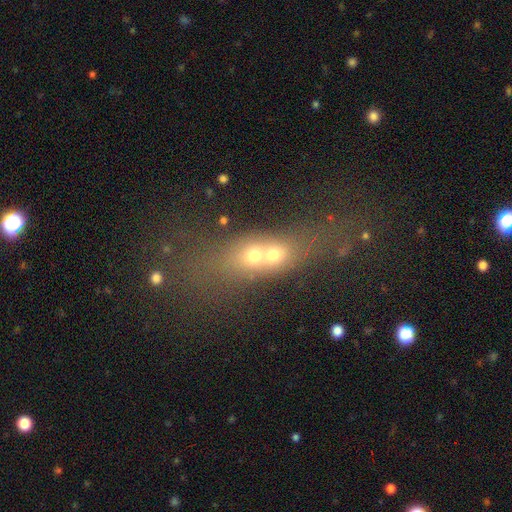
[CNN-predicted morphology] This appears to be a smooth galaxy with no disk features (45%). Merging: merger (67%).